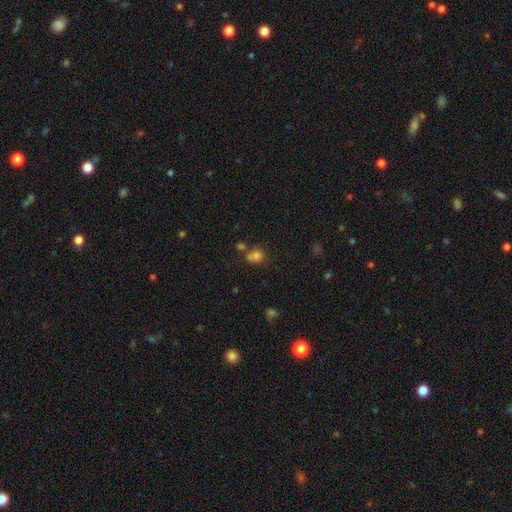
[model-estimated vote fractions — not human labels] A smooth galaxy with no disk features (76%) that is round (82%). Merging: none (53%).